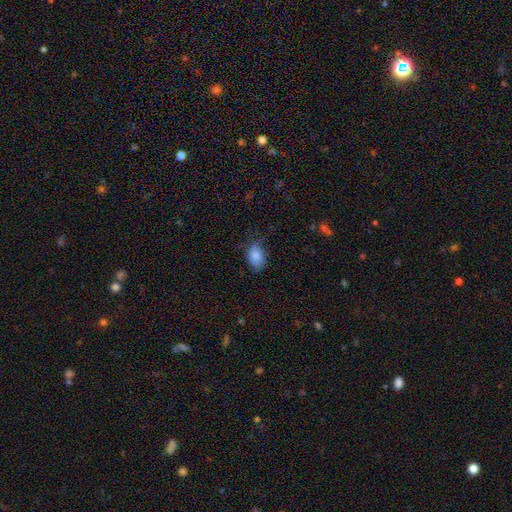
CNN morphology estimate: Smooth or featured?
  - smooth: 86% *
  - star or artifact: 8%
  - featured or disk: 7%
How rounded?
  - in between: 85% *
  - round: 13%
  - cigar-shaped: 1%
Merging?
  - none: 66% *
  - minor disturbance: 26%
  - major disturbance: 7%
  - merger: 1%